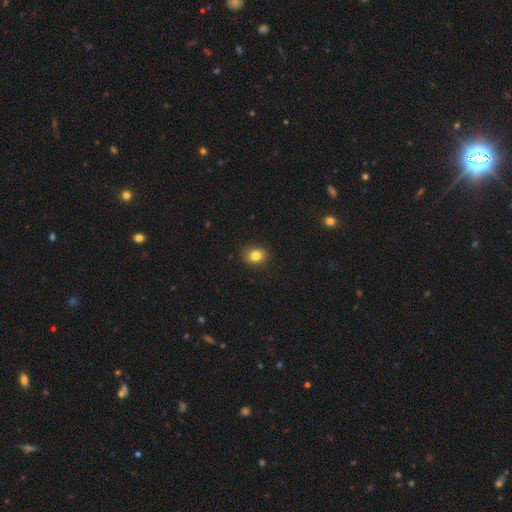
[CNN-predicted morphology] smooth 82%, star or artifact 11%, featured or disk 7%. Down the decision tree: how rounded — in between (51%); merging — none (87%).